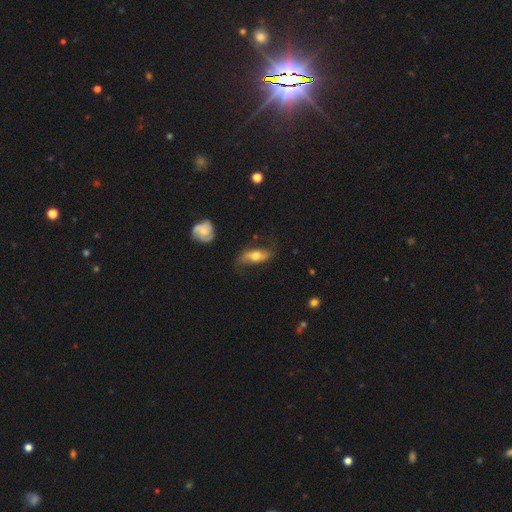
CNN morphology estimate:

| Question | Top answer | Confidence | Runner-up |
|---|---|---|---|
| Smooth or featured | featured or disk | 58% | smooth (35%) |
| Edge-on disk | no | 80% | yes (20%) |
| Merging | none | 63% | minor disturbance (23%) |